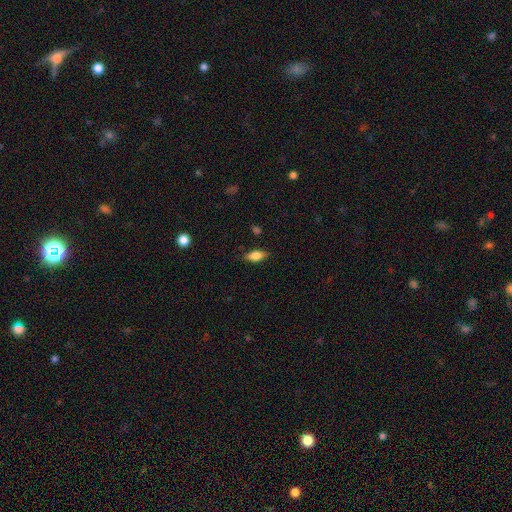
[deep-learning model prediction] smooth 73%, featured or disk 19%, star or artifact 8%. Down the decision tree: how rounded — in between (81%); merging — none (83%).